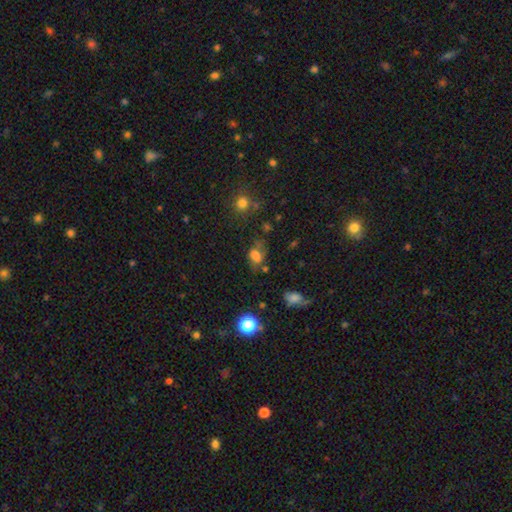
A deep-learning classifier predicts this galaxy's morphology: Smooth or featured: smooth — 68% (star or artifact — 17%)
How rounded: in between — 71% (round — 27%)
Merging: none — 49% (minor disturbance — 26%)